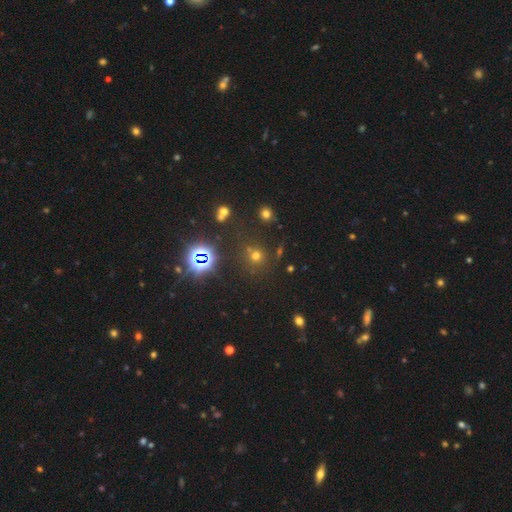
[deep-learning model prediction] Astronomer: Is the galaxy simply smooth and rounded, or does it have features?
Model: smooth — 55% (runner-up: star or artifact, 36%).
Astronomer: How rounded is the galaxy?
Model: round — 89%.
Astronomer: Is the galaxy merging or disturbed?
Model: none — 71%.